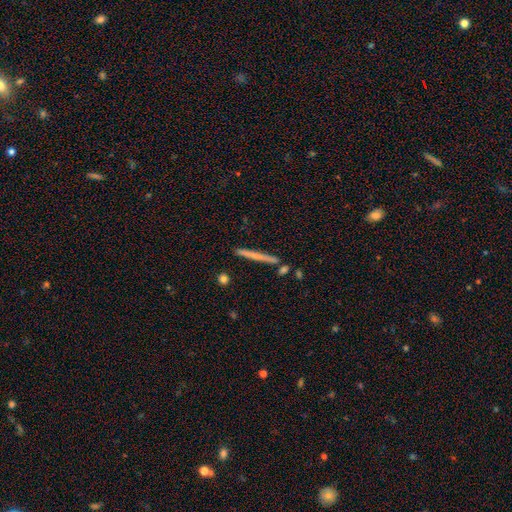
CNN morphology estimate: Smooth or featured? Predicted: smooth (p=0.49). Merging? Predicted: none (p=0.86).